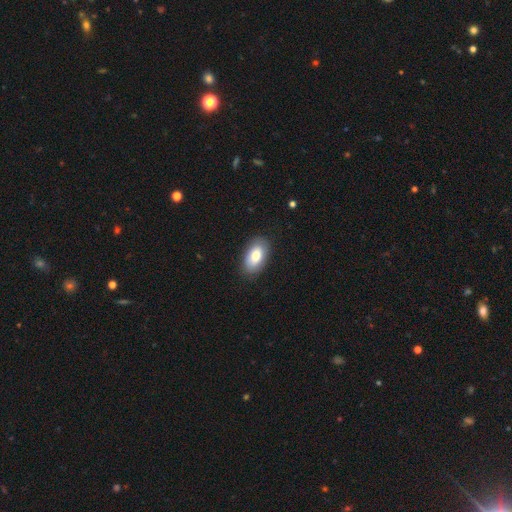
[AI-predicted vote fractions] Q: Smooth or featured?
A: smooth (78%); runner-up: featured or disk (15%)
Q: How rounded?
A: in between (94%); runner-up: round (4%)
Q: Merging?
A: none (86%); runner-up: minor disturbance (10%)